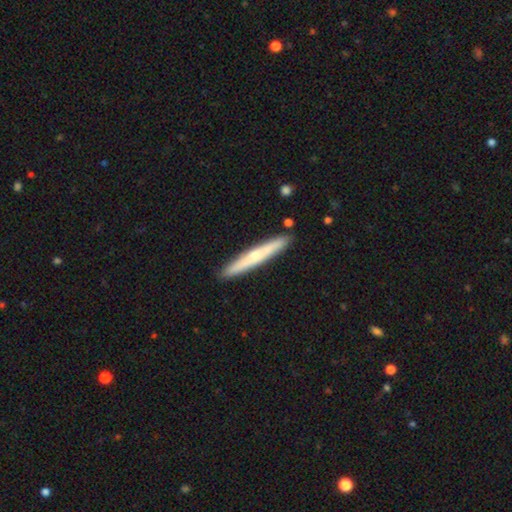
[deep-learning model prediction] This appears to be a smooth galaxy with no disk features (49%). Merging: none (90%).